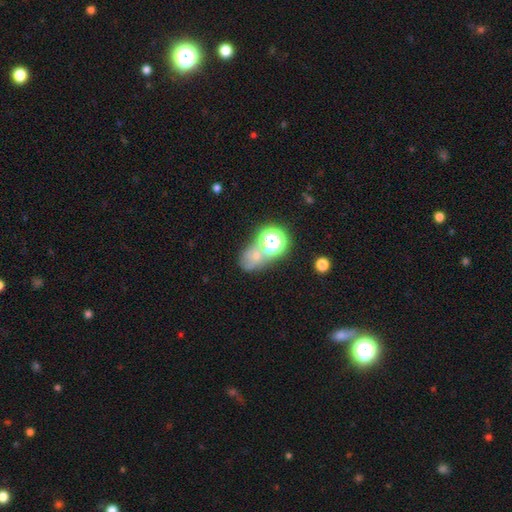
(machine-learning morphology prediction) Smooth or featured: smooth — 51% (star or artifact — 28%)
How rounded: round — 54% (in between — 45%)
Merging: none — 37% (merger — 33%)